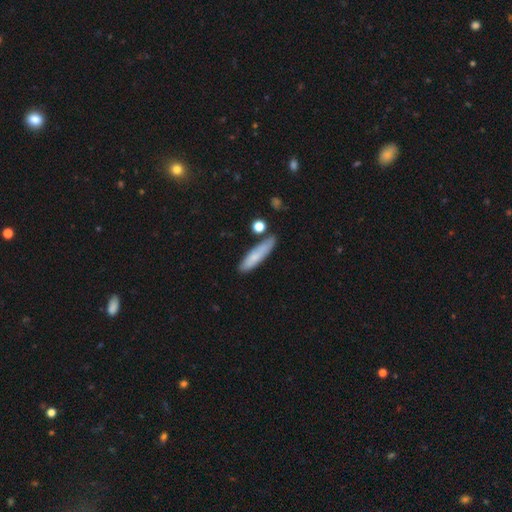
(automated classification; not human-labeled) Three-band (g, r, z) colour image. It shows a smooth galaxy with no disk features (73%) that is cigar-shaped (77%). Merging: none (76%).